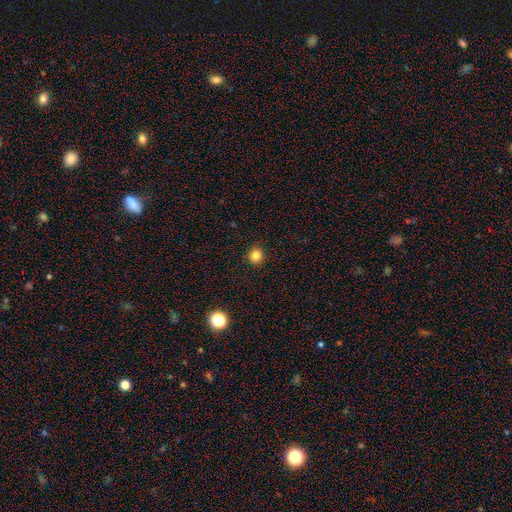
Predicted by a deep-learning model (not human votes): Smooth or featured?
  - smooth: 82% *
  - star or artifact: 13%
  - featured or disk: 5%
How rounded?
  - round: 93% *
  - in between: 6%
  - cigar-shaped: 1%
Merging?
  - none: 93% *
  - minor disturbance: 5%
  - major disturbance: 2%
  - merger: 1%